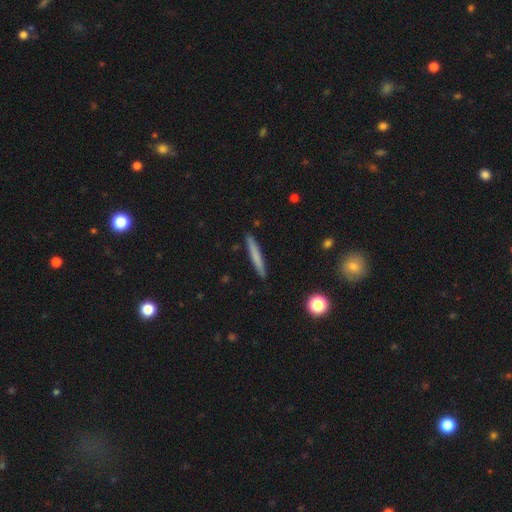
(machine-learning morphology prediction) Q: Smooth or featured?
A: smooth (71%); runner-up: featured or disk (23%)
Q: How rounded?
A: cigar-shaped (96%); runner-up: in between (3%)
Q: Merging?
A: none (91%); runner-up: minor disturbance (7%)